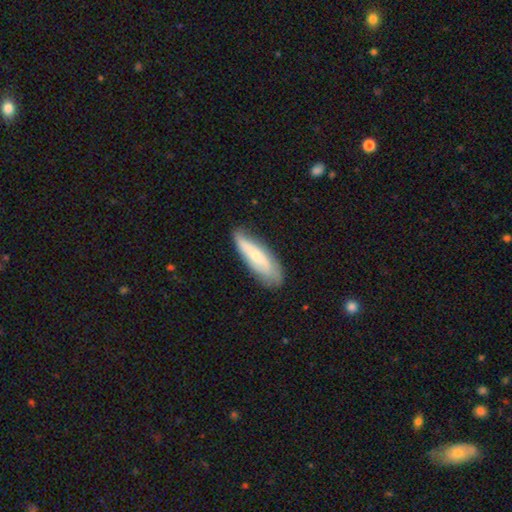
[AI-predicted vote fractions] This is possibly a smooth galaxy (50%). Merging: likely none (72%).